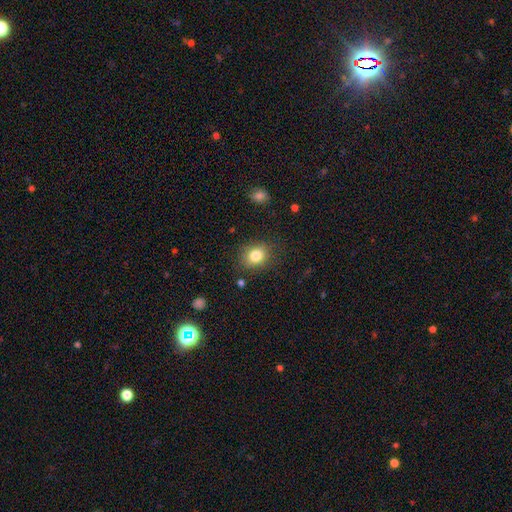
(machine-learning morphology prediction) A smooth galaxy with no disk features (81%) that is round (60%).

Vote fractions:
- Smooth or featured? smooth: 81% / star or artifact: 11% / featured or disk: 8%
- How rounded? round: 60% / in between: 39% / cigar-shaped: 1%
- Merging? none: 82% / minor disturbance: 12% / major disturbance: 4% / merger: 2%